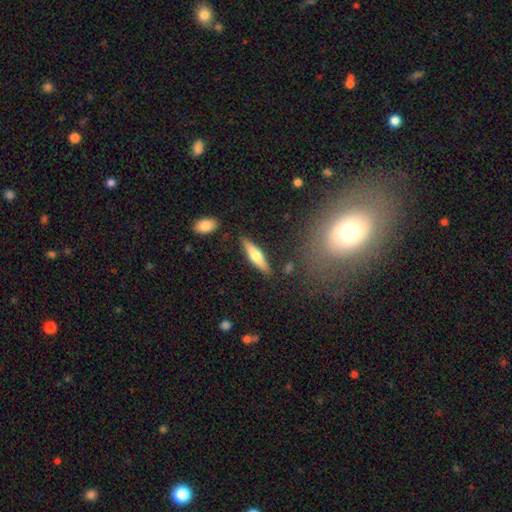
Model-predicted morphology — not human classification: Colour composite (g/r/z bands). It shows a smooth galaxy with no disk features (53%) that is cigar-shaped (72%). Merging: none (85%).